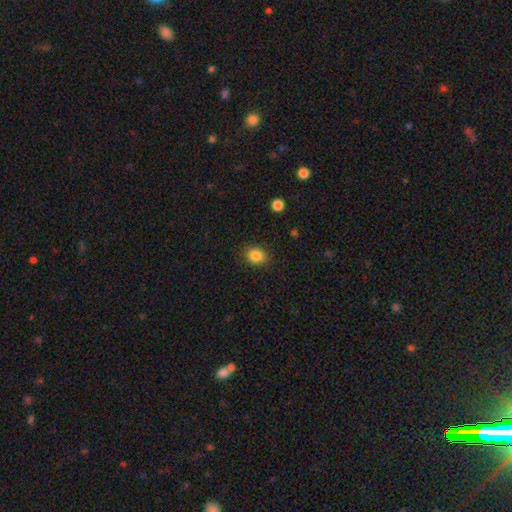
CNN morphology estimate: smooth 85%, star or artifact 10%, featured or disk 5%. Down the decision tree: how rounded — round (64%); merging — none (88%).